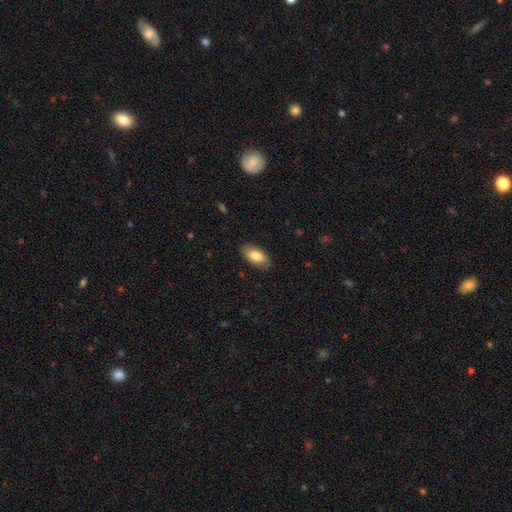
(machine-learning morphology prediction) Smooth or featured? Predicted: smooth (p=0.79). How rounded? Predicted: in between (p=0.93). Merging? Predicted: none (p=0.84).